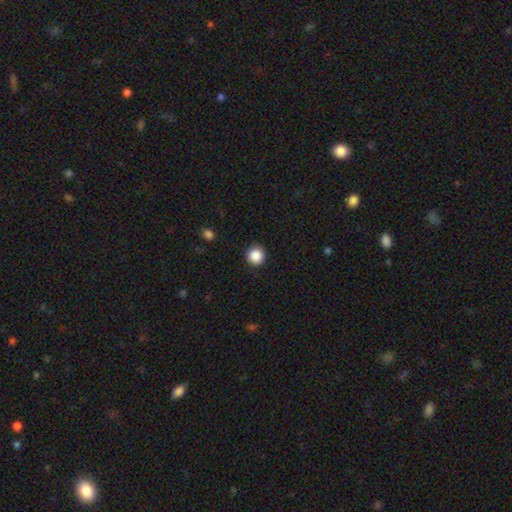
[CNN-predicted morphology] The model was most divided on "smooth or featured": smooth: 88%, star or artifact: 10%, featured or disk: 3%. More confident: how rounded — round (94%); merging — none (89%).